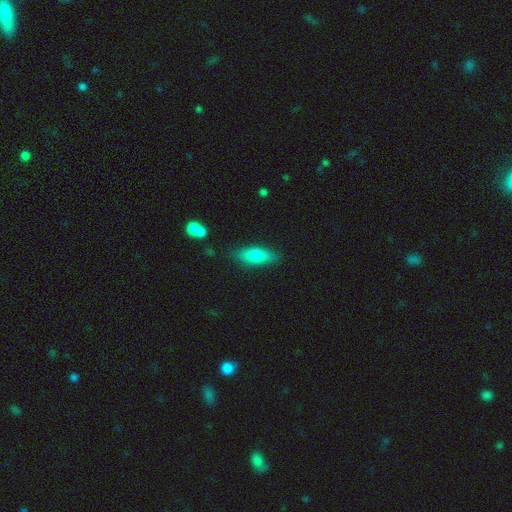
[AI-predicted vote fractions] Smooth or featured: smooth — 77% (featured or disk — 17%)
How rounded: in between — 60% (cigar-shaped — 37%)
Merging: none — 82% (minor disturbance — 13%)